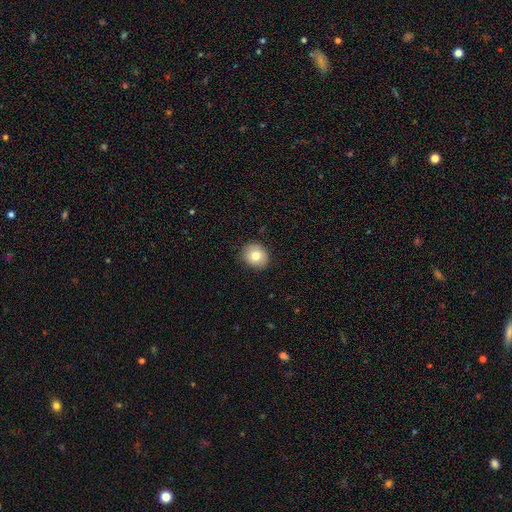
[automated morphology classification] The model was most divided on "how rounded": round: 69%, in between: 31%, cigar-shaped: 1%. More confident: merging — none (88%); smooth or featured — smooth (78%).